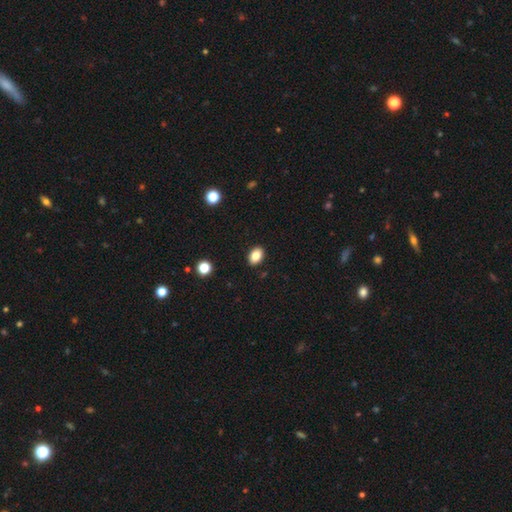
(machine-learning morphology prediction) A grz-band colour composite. It shows a smooth galaxy with no disk features (84%) that is in between round and cigar-shaped (84%). Merging: none (90%).